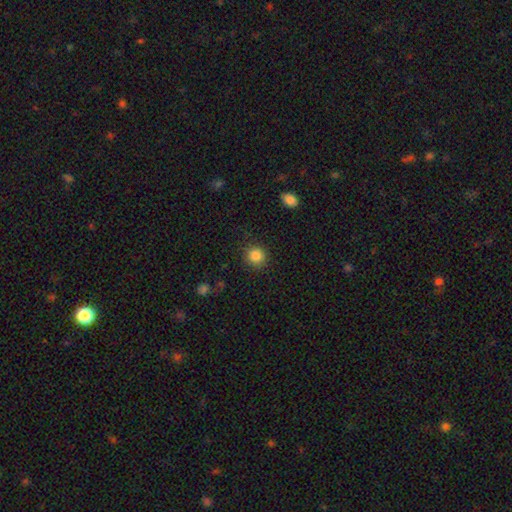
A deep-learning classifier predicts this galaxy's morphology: type=smooth (86%); roundness=round (92%); merging=none (88%).